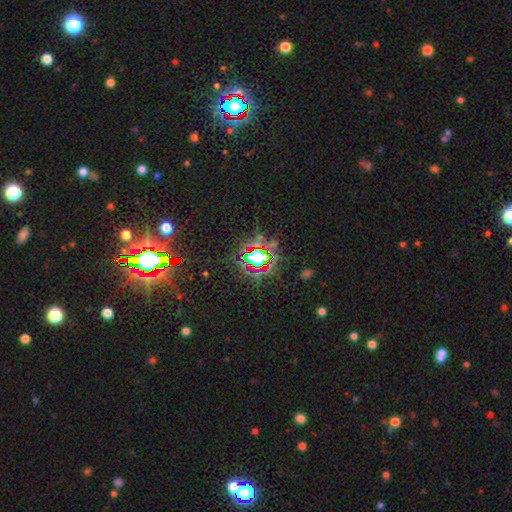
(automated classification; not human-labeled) Smooth or featured? star or artifact (79%)